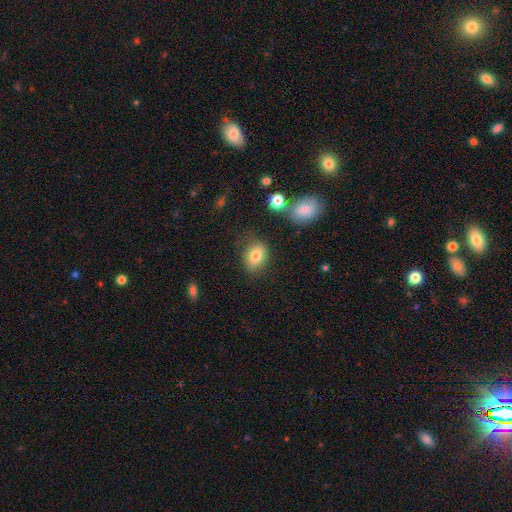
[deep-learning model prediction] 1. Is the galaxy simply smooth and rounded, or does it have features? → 79% smooth, 11% featured or disk, 10% star or artifact.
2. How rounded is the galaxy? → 71% in between, 28% round, 1% cigar-shaped.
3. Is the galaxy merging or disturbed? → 75% none, 16% minor disturbance, 5% major disturbance, 4% merger.